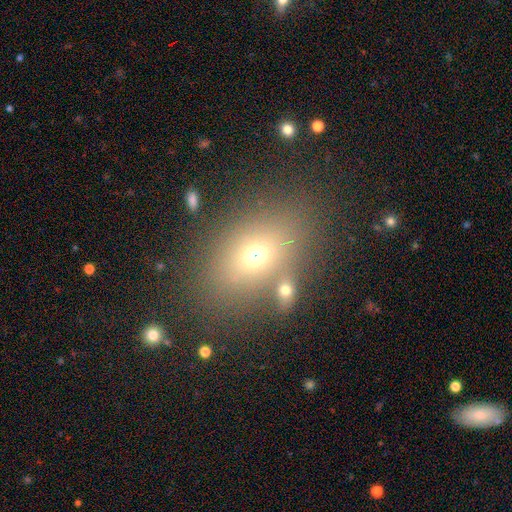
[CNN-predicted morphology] Overall: smooth (63%). How rounded: in between (74%). Merging: none (75%).